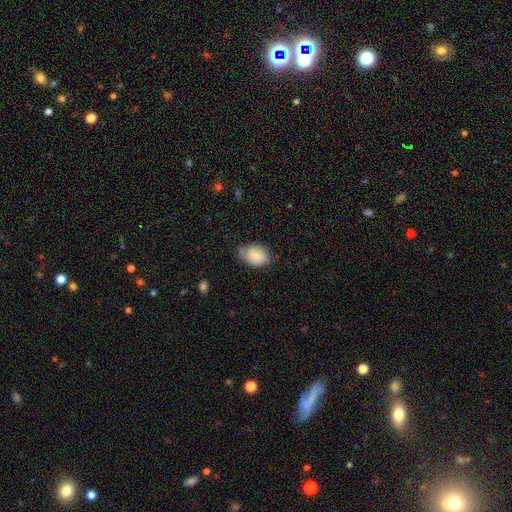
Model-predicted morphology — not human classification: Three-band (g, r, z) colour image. It shows a smooth galaxy with no disk features (77%) that is in between round and cigar-shaped (76%). Merging: none (52%).